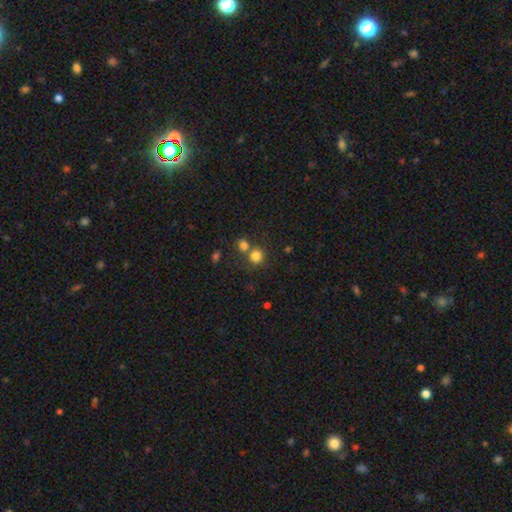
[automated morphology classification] This is clearly a smooth galaxy (80%). How rounded: clearly round (86%). Merging: possibly none (58%).